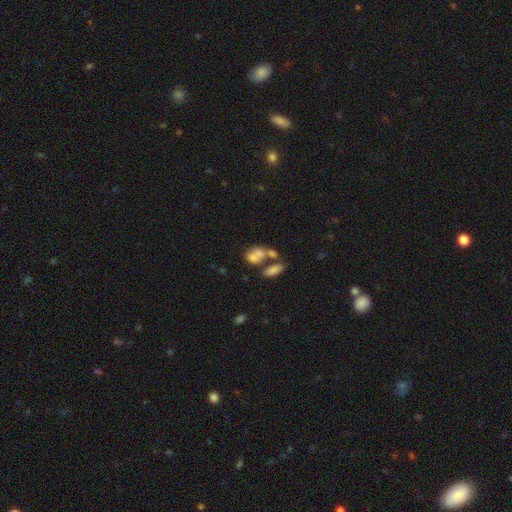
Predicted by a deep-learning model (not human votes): Morphology: type=smooth (64%); roundness=in between (73%); merging=merger (54%).